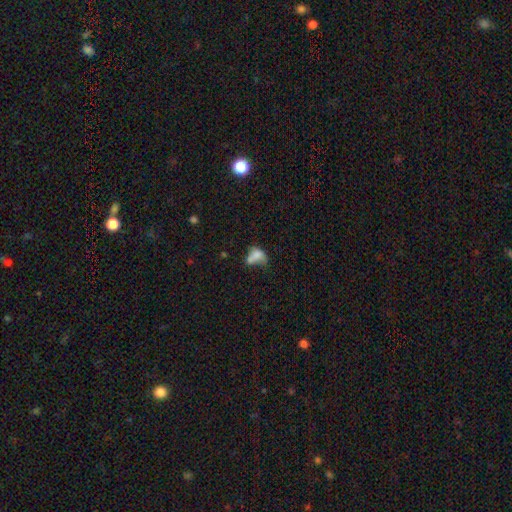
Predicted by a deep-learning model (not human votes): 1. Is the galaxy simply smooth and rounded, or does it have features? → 69% smooth, 19% featured or disk, 12% star or artifact.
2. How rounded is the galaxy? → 79% in between, 19% round, 2% cigar-shaped.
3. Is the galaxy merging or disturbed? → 34% merger, 24% major disturbance, 21% minor disturbance, 20% none.